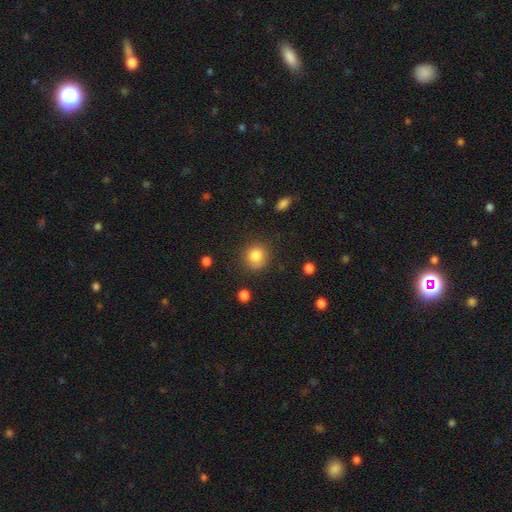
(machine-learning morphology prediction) Q: Smooth or featured?
A: smooth (83%); runner-up: star or artifact (11%)
Q: How rounded?
A: round (88%); runner-up: in between (12%)
Q: Merging?
A: none (83%); runner-up: minor disturbance (11%)